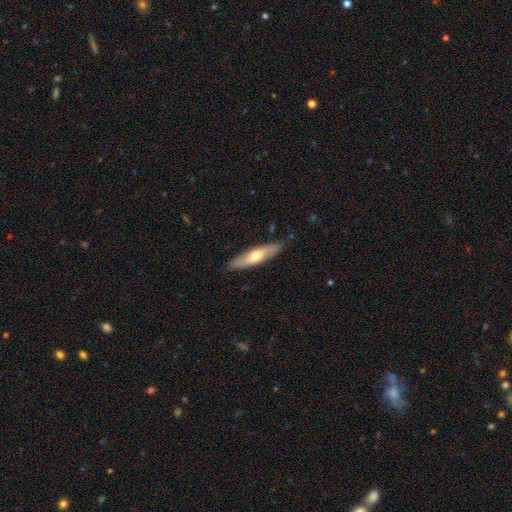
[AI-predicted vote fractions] The model was most divided on "smooth or featured": smooth: 53%, featured or disk: 42%, star or artifact: 5%. More confident: merging — none (84%); how rounded — cigar-shaped (69%).